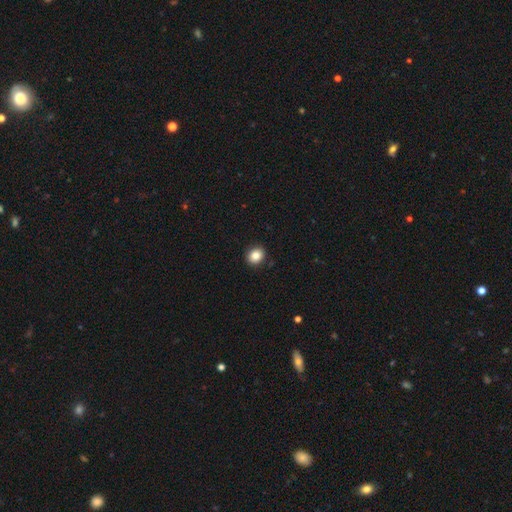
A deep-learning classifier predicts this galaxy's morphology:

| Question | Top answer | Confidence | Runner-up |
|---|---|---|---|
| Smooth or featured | smooth | 85% | star or artifact (10%) |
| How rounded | round | 69% | in between (30%) |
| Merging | none | 91% | minor disturbance (7%) |